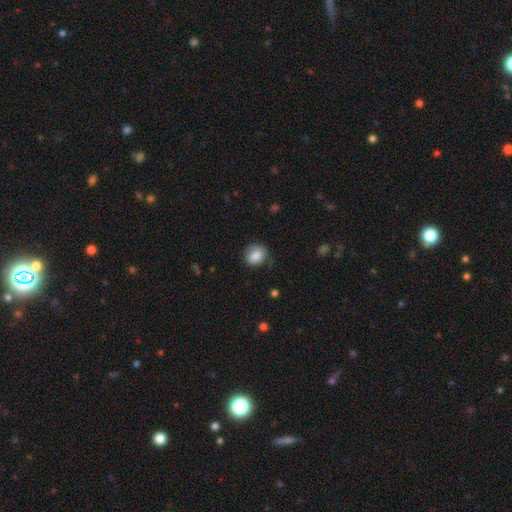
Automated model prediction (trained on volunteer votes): Smooth or featured?
  - smooth: 82% *
  - featured or disk: 10%
  - star or artifact: 8%
How rounded?
  - round: 73% *
  - in between: 26%
  - cigar-shaped: 1%
Merging?
  - none: 76% *
  - minor disturbance: 18%
  - major disturbance: 5%
  - merger: 1%